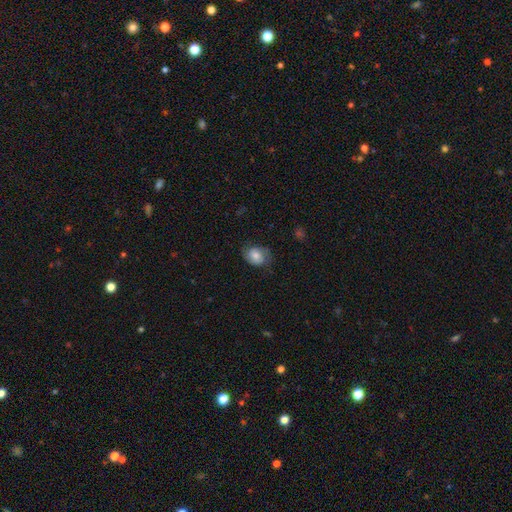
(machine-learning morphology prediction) Smooth or featured?
  - smooth: 55% *
  - featured or disk: 36%
  - star or artifact: 9%
How rounded?
  - in between: 57% *
  - round: 42%
  - cigar-shaped: 1%
Merging?
  - none: 67% *
  - minor disturbance: 23%
  - major disturbance: 9%
  - merger: 1%